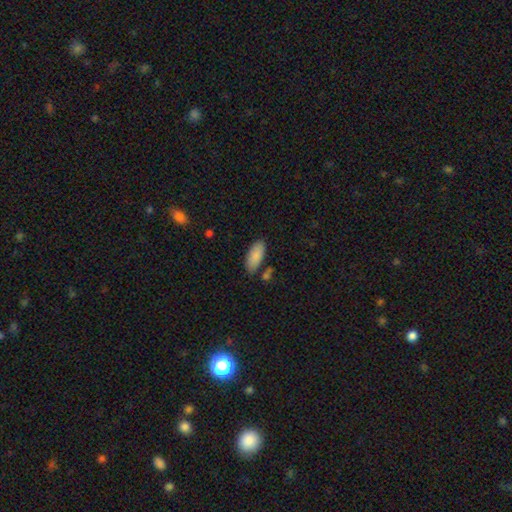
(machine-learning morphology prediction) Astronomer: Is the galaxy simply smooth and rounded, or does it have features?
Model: smooth — 88%.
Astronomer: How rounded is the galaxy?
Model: in between — 87%.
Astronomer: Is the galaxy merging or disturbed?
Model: none — 78%.